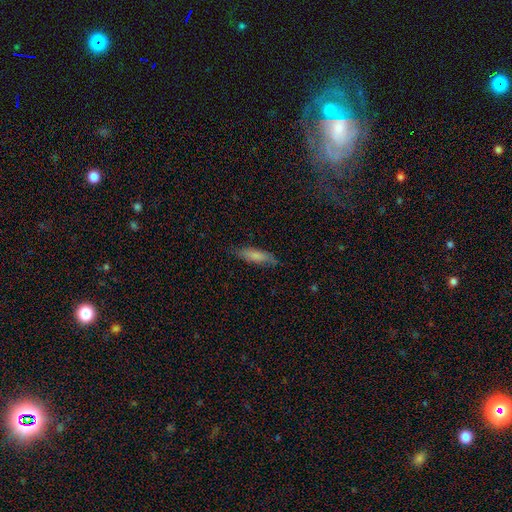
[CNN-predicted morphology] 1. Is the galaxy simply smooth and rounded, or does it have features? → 79% smooth, 15% featured or disk, 6% star or artifact.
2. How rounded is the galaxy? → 58% cigar-shaped, 41% in between, 2% round.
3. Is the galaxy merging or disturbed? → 76% none, 19% minor disturbance, 4% major disturbance, 1% merger.